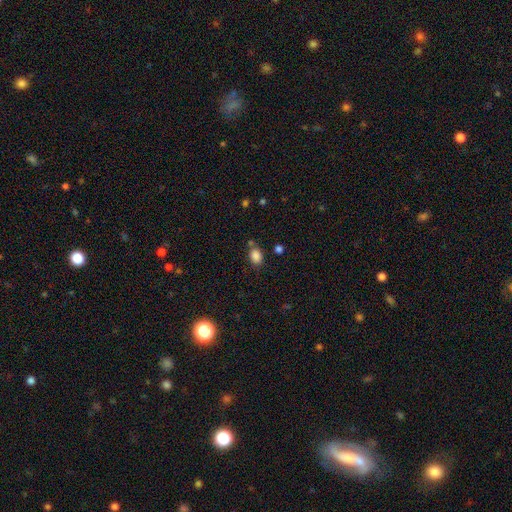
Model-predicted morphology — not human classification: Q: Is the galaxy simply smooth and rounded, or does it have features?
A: smooth — 84%.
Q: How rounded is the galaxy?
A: in between — 70%.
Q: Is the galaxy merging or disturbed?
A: none — 71%.